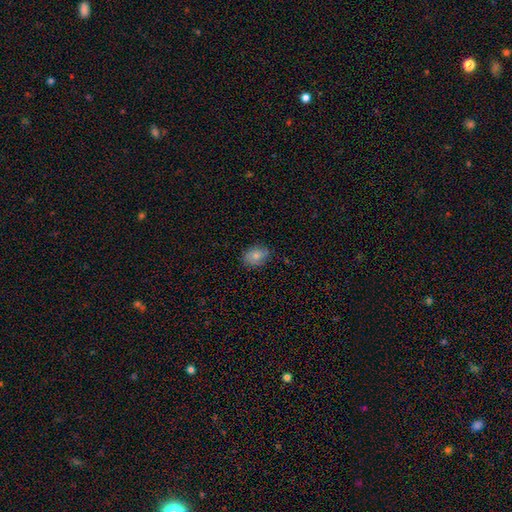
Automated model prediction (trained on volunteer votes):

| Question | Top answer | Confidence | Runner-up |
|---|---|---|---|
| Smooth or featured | smooth | 80% | featured or disk (11%) |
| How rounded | in between | 70% | round (28%) |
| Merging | none | 77% | minor disturbance (18%) |